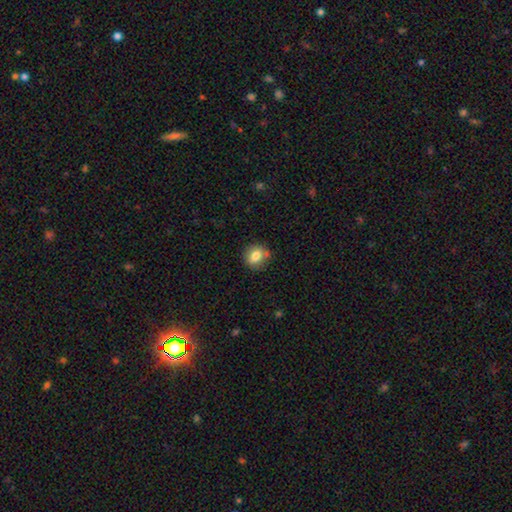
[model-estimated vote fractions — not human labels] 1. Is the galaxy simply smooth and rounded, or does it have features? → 80% smooth, 11% featured or disk, 9% star or artifact.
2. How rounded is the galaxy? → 75% round, 24% in between, 1% cigar-shaped.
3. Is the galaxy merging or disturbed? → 76% none, 14% minor disturbance, 7% merger, 3% major disturbance.